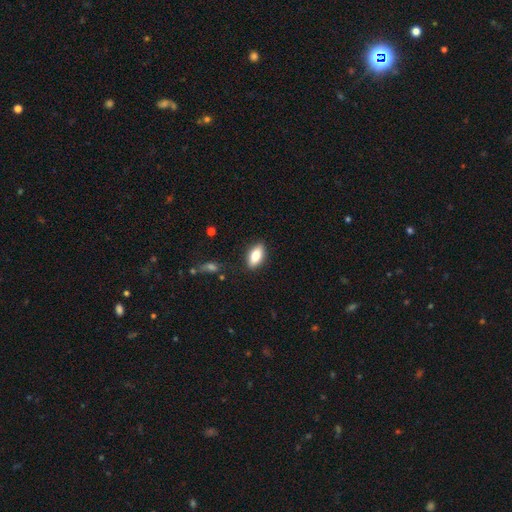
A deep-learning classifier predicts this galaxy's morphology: type=smooth (80%); roundness=in between (88%); merging=none (86%).